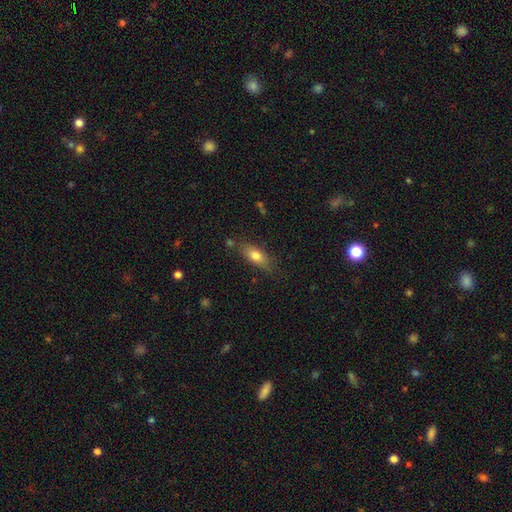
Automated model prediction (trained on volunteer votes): smooth_or_featured: smooth (p=0.75) [alt: featured or disk p=0.18]
how_rounded: in between (p=0.74) [alt: cigar-shaped p=0.22]
merging: none (p=0.73) [alt: minor disturbance p=0.19]